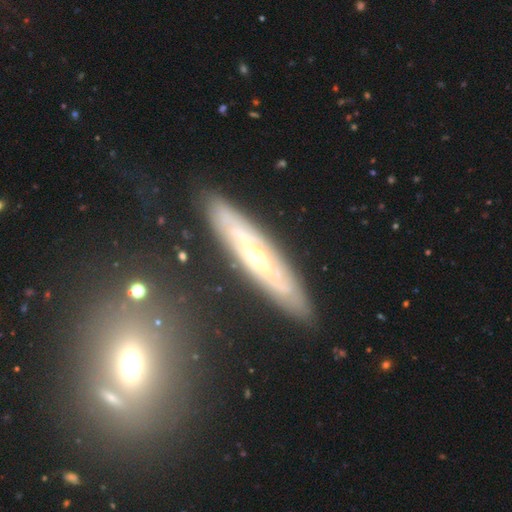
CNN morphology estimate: Smooth or featured: featured or disk — 72% (smooth — 21%)
Edge-on disk: yes — 54% (no — 46%)
Merging: none — 85% (minor disturbance — 10%)